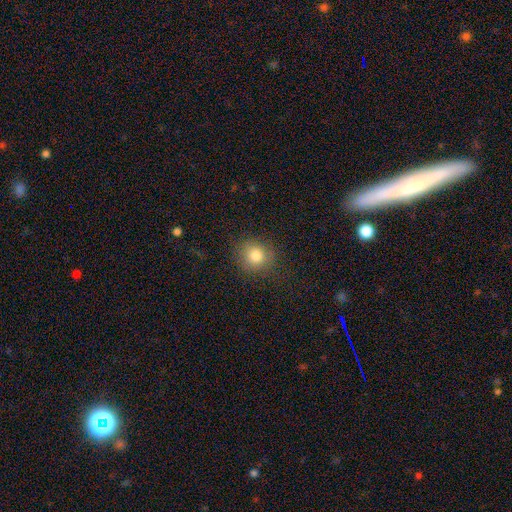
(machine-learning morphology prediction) Smooth or featured: smooth — 81% (star or artifact — 12%)
How rounded: round — 88% (in between — 11%)
Merging: none — 86% (minor disturbance — 9%)